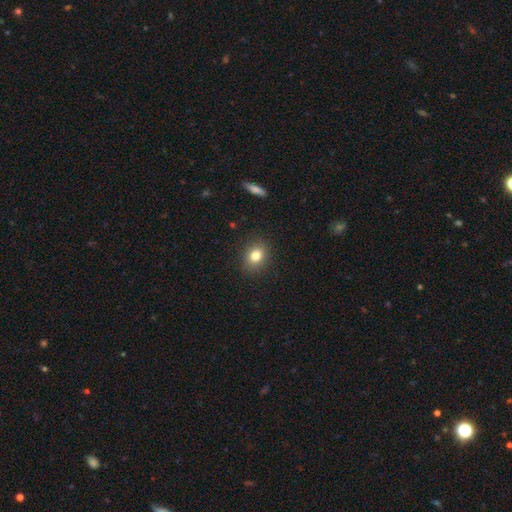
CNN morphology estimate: Smooth or featured: smooth — 80% (star or artifact — 11%)
How rounded: round — 56% (in between — 42%)
Merging: none — 88% (minor disturbance — 8%)